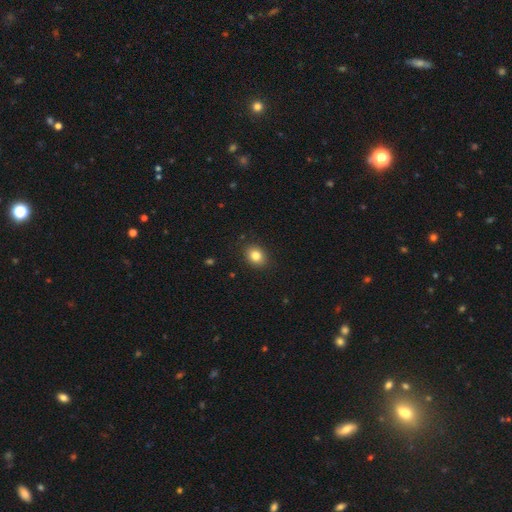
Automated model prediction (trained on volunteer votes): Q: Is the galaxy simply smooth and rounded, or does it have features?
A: smooth — 84%.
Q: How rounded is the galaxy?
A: in between — 55%.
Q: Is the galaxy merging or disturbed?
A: none — 88%.